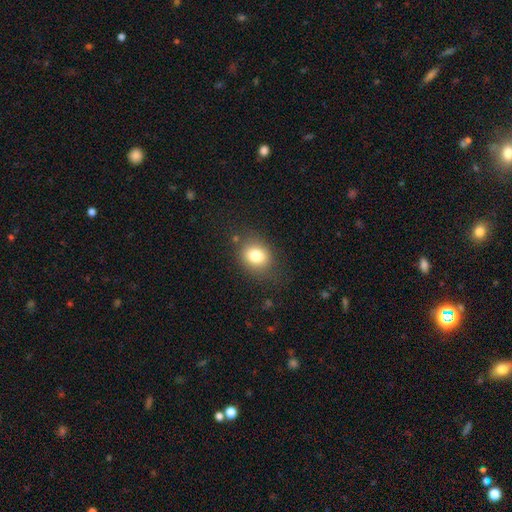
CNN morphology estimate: smooth_or_featured: smooth (p=0.79) [alt: star or artifact p=0.11]
how_rounded: round (p=0.58) [alt: in between p=0.41]
merging: none (p=0.77) [alt: minor disturbance p=0.14]